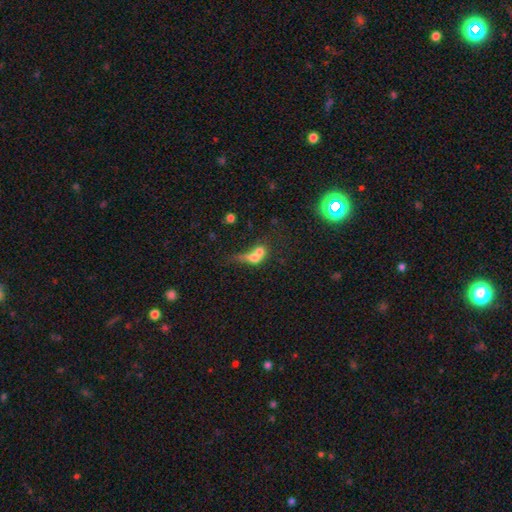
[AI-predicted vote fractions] Morphology: type=smooth (61%); roundness=in between (46%); merging=merger (68%).